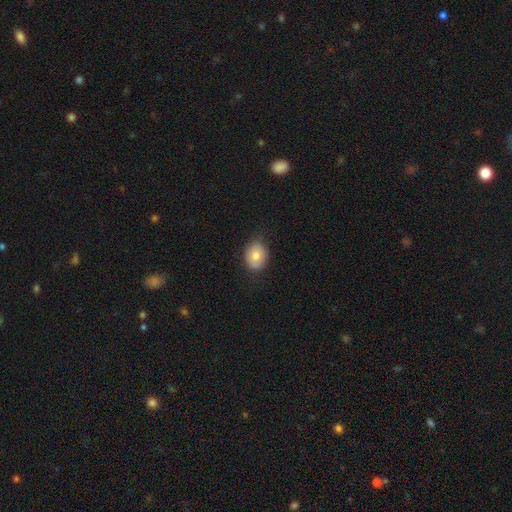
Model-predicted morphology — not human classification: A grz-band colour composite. It shows a smooth galaxy with no disk features (76%) that is in between round and cigar-shaped (53%). Merging: none (76%).